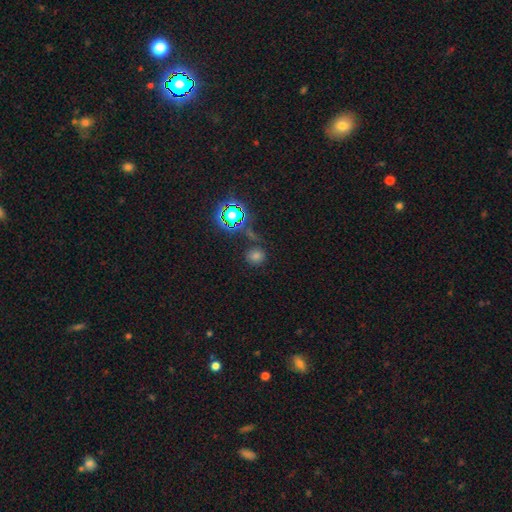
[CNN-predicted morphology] Overall: smooth (62%; star or artifact 32%). How rounded: round (80%). Merging: none (78%).